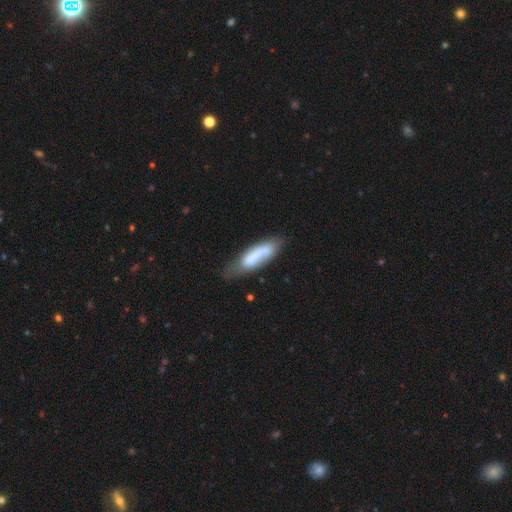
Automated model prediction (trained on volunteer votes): This is likely a smooth galaxy (62%). How rounded: possibly in between (50%). Merging: possibly none (51%).